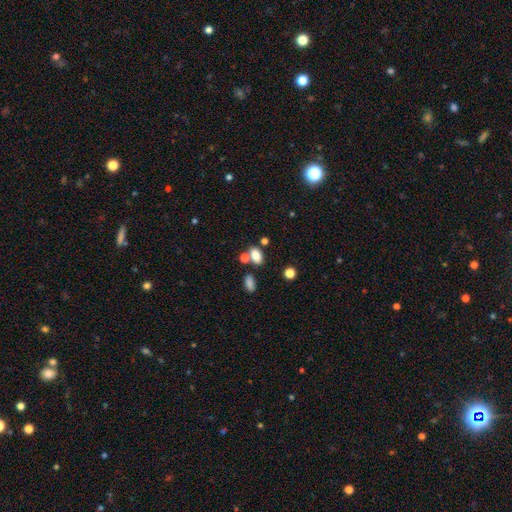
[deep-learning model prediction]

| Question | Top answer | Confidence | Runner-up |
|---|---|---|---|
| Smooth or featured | smooth | 81% | star or artifact (11%) |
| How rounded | in between | 85% | round (12%) |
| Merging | none | 61% | merger (22%) |